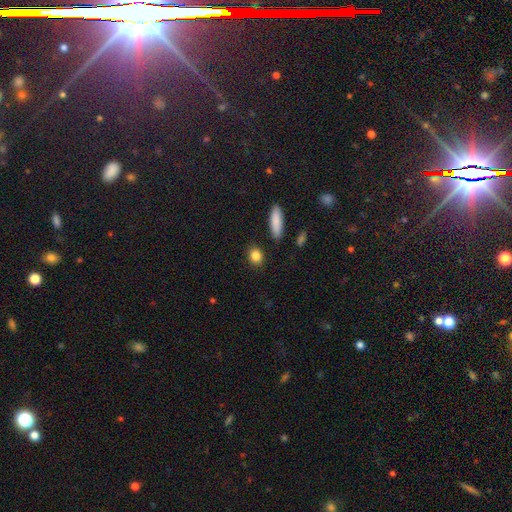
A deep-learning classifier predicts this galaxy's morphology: Smooth or featured?
  - smooth: 86% *
  - star or artifact: 9%
  - featured or disk: 5%
How rounded?
  - round: 55% *
  - in between: 41%
  - cigar-shaped: 4%
Merging?
  - none: 88% *
  - minor disturbance: 7%
  - major disturbance: 2%
  - merger: 2%